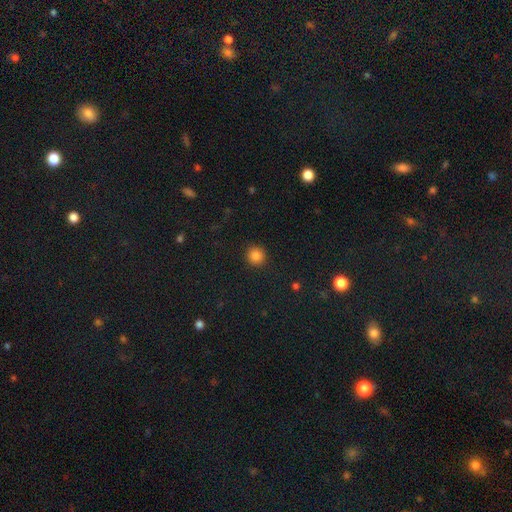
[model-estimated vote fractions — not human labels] Smooth or featured? Predicted: smooth (p=0.85). How rounded? Predicted: round (p=0.94). Merging? Predicted: none (p=0.92).